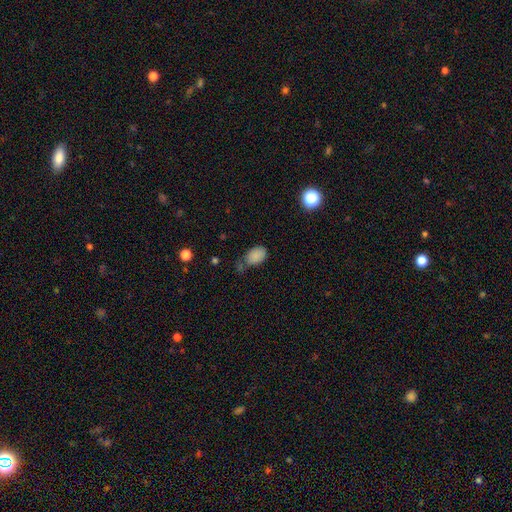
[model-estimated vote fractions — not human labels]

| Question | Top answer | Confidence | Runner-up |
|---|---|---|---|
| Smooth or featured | smooth | 84% | star or artifact (10%) |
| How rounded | in between | 89% | round (10%) |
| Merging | none | 46% | minor disturbance (31%) |